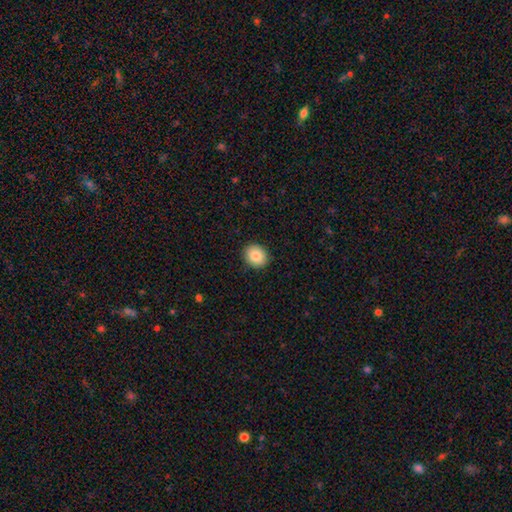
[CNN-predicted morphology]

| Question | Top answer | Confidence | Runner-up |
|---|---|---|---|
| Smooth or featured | smooth | 86% | star or artifact (8%) |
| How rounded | round | 68% | in between (31%) |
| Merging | none | 91% | minor disturbance (7%) |